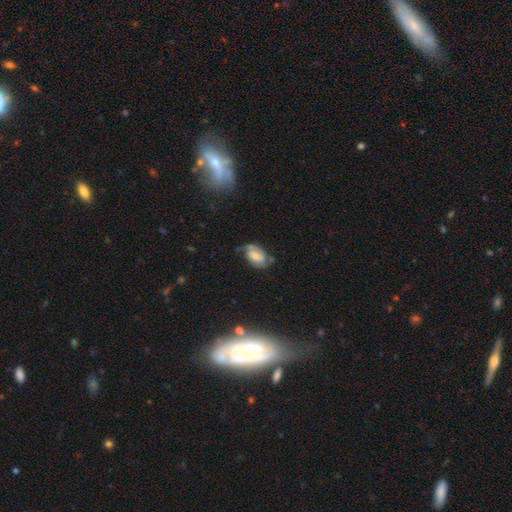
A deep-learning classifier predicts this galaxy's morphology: Smooth or featured? Predicted: featured or disk (p=0.61). Edge-on disk? Predicted: no (p=0.96). Bar? Predicted: no (p=0.51). Spiral arms? Predicted: yes (p=0.87). Spiral winding? Predicted: medium (p=0.43). Spiral arm count? Predicted: 2 (p=0.74). Bulge size? Predicted: small (p=0.45). Merging? Predicted: none (p=0.53).